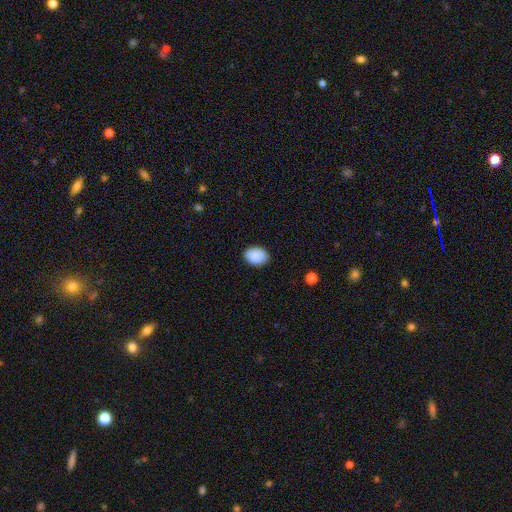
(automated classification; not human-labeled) This is clearly a smooth galaxy (90%). How rounded: likely in between (73%). Merging: clearly none (88%).